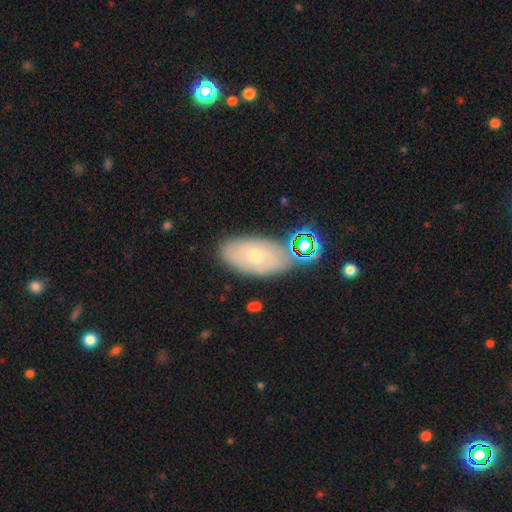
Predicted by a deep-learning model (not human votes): Smooth or featured?
  - smooth: 47% *
  - featured or disk: 42%
  - star or artifact: 11%
Merging?
  - none: 66% *
  - minor disturbance: 20%
  - merger: 9%
  - major disturbance: 6%